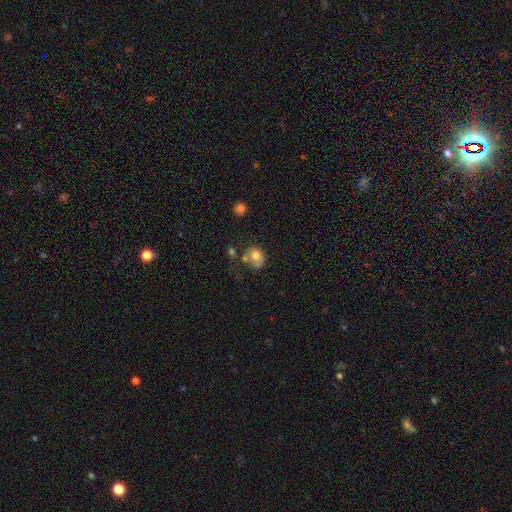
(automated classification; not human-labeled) Smooth or featured? Predicted: smooth (p=0.69). How rounded? Predicted: in between (p=0.50). Merging? Predicted: none (p=0.36).